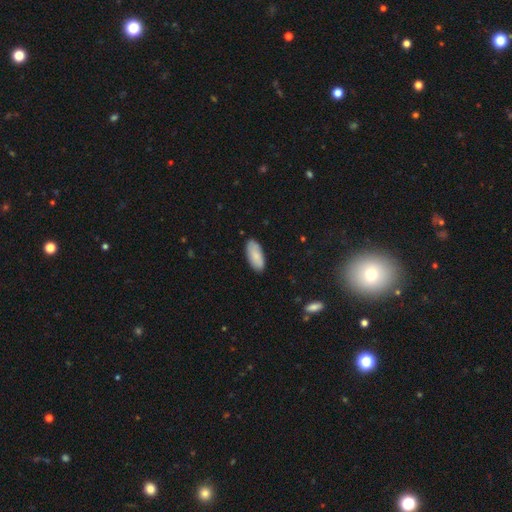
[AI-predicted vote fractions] Smooth or featured?
  - smooth: 85% *
  - featured or disk: 9%
  - star or artifact: 6%
How rounded?
  - in between: 87% *
  - cigar-shaped: 12%
  - round: 2%
Merging?
  - none: 86% *
  - minor disturbance: 11%
  - major disturbance: 2%
  - merger: 1%